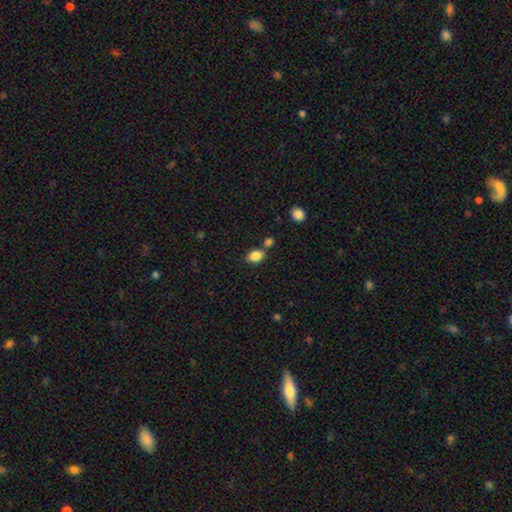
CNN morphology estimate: This is clearly a smooth galaxy (86%). How rounded: likely in between (77%). Merging: likely none (67%).